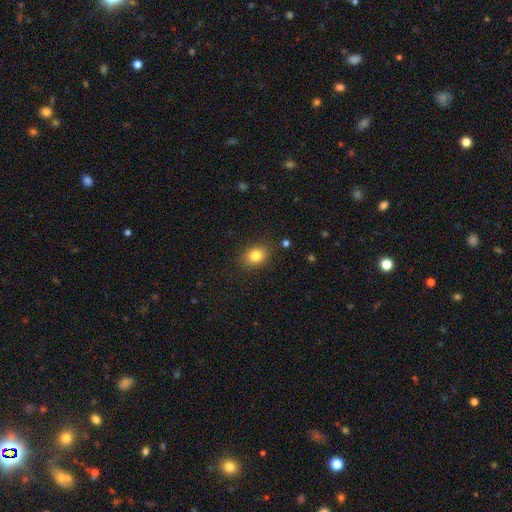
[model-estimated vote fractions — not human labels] A smooth galaxy with no disk features (82%) that is in between round and cigar-shaped (60%).

Vote fractions:
- Smooth or featured? smooth: 82% / star or artifact: 10% / featured or disk: 7%
- How rounded? in between: 60% / round: 39% / cigar-shaped: 1%
- Merging? none: 86% / minor disturbance: 10% / major disturbance: 3% / merger: 1%